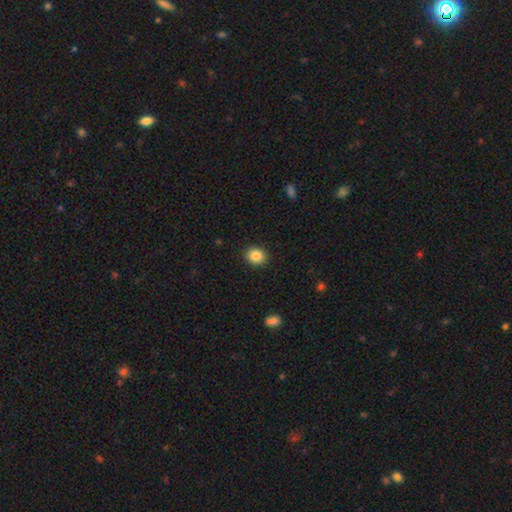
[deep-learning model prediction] A smooth galaxy with no disk features (86%) that is round (63%). Merging: none (91%).